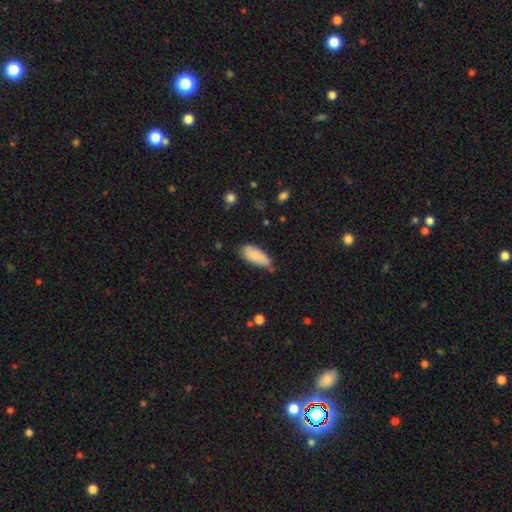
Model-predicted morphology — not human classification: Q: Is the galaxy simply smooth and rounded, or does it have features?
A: smooth — 80%.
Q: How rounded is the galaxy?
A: in between — 80%.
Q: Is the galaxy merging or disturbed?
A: none — 52%.